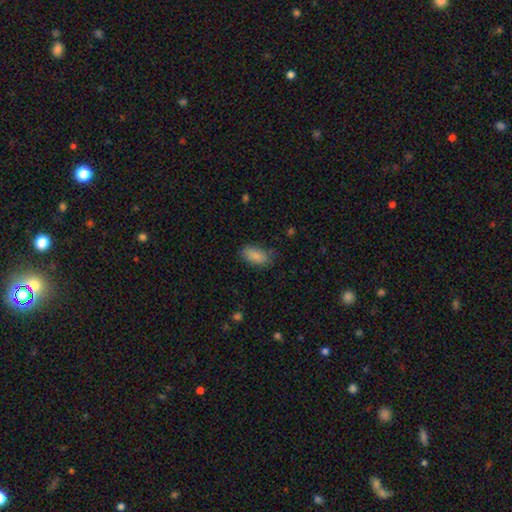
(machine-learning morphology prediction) Q: Smooth or featured?
A: smooth (86%); runner-up: star or artifact (7%)
Q: How rounded?
A: in between (92%); runner-up: cigar-shaped (4%)
Q: Merging?
A: none (73%); runner-up: minor disturbance (20%)